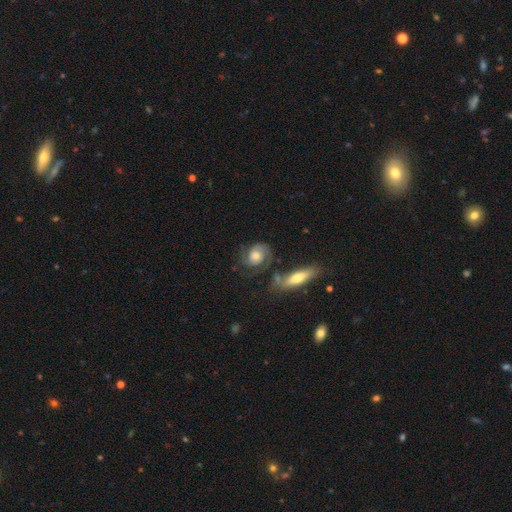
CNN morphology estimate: Overall: featured or disk (69%). Edge-on disk: no (94%). Bar: no (73%). Spiral arms: yes (91%). Spiral arm count: 2 (70%). Spiral winding: tight (48%; medium 39%). Bulge size: moderate (58%; small 19%). Merging: none (55%; minor disturbance 20%).